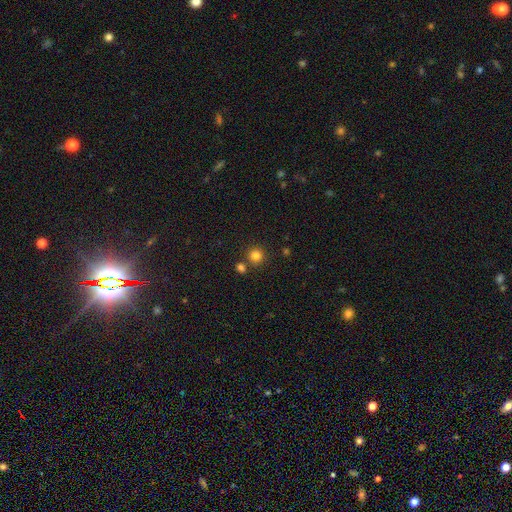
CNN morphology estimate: smooth-or-featured: smooth: 81% | star or artifact: 14% | featured or disk: 5%
  how-rounded: round: 94% | in between: 5% | cigar-shaped: 1%
  merging: none: 78% | merger: 13% | minor disturbance: 7% | major disturbance: 2%